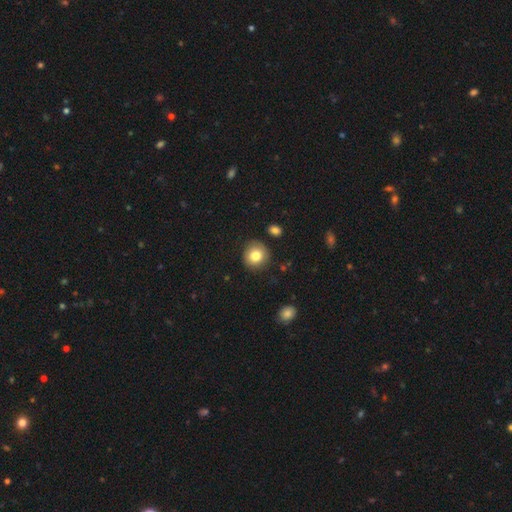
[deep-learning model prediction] The model was most divided on "smooth or featured": smooth: 81%, star or artifact: 10%, featured or disk: 9%. More confident: how rounded — round (89%); merging — none (86%).